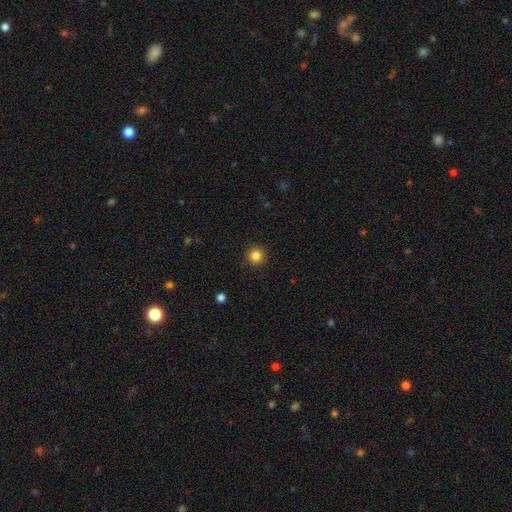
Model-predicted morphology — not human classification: Overall: smooth (85%). How rounded: round (96%). Merging: none (92%).